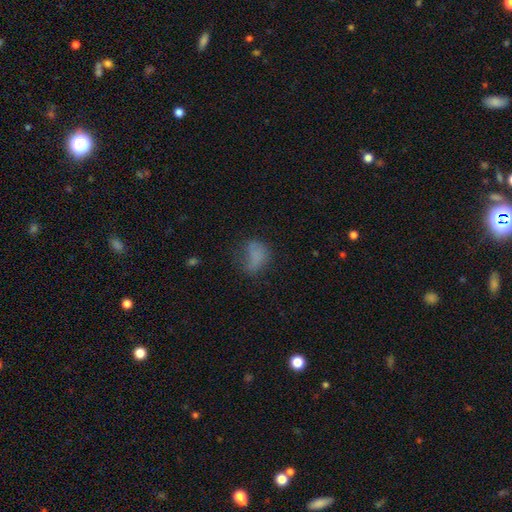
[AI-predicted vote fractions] This is likely a smooth galaxy (67%). How rounded: likely in between (66%). Merging: marginally none (40%).